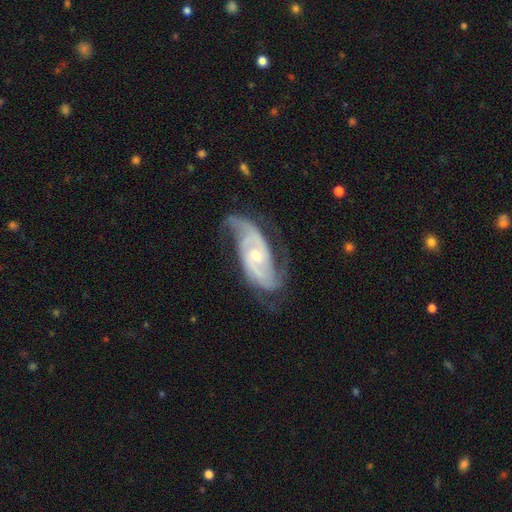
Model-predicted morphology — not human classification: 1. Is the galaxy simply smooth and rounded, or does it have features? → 90% featured or disk, 5% smooth, 5% star or artifact.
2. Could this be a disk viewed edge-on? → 95% no, 5% yes.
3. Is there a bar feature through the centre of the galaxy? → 49% no, 40% weak, 11% strong.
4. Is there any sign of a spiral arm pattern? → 97% yes, 3% no.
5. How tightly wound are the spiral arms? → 47% medium, 37% tight, 15% loose.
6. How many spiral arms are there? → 69% 2, 13% 3, 10% can't tell, 3% 4, 3% 1, 3% more than 4.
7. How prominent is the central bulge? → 52% small, 43% moderate, 2% large, 2% none, 1% dominant.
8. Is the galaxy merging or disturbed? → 66% none, 21% minor disturbance, 11% major disturbance, 2% merger.